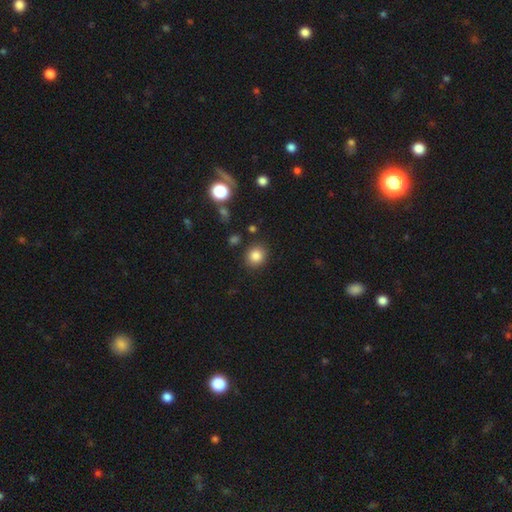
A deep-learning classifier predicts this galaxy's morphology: Q: Smooth or featured?
A: smooth (84%); runner-up: star or artifact (11%)
Q: How rounded?
A: round (82%); runner-up: in between (17%)
Q: Merging?
A: none (87%); runner-up: minor disturbance (8%)